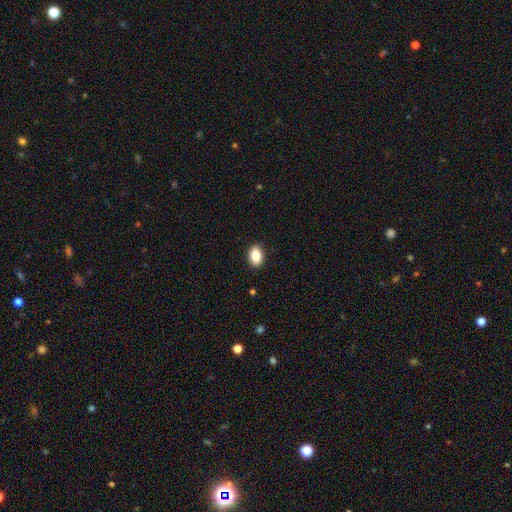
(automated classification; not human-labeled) Smooth or featured? Predicted: smooth (p=0.86). How rounded? Predicted: in between (p=0.86). Merging? Predicted: none (p=0.90).